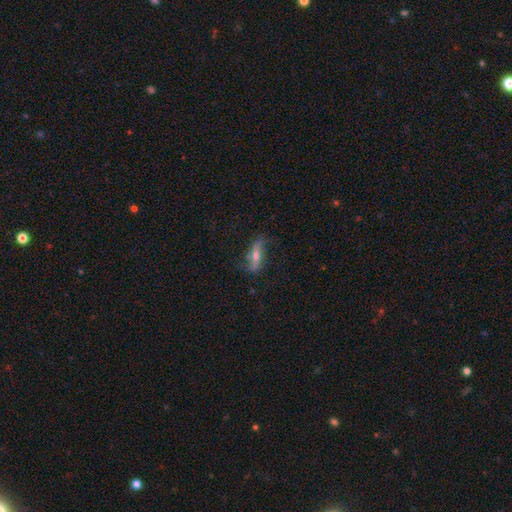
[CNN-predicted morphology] The model was most divided on "bar": strong: 37%, no: 34%, weak: 29%. More confident: spiral arms — yes (88%); edge-on disk — no (73%); merging — none (72%); smooth or featured — featured or disk (72%); bulge size — moderate (52%).